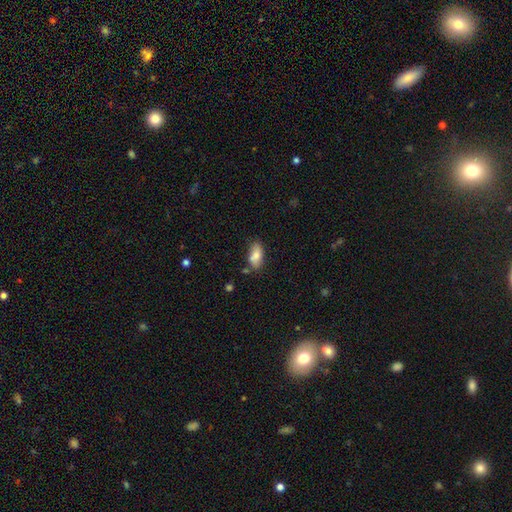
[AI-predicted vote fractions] Smooth or featured: smooth — 78% (featured or disk — 15%)
How rounded: in between — 88% (cigar-shaped — 8%)
Merging: none — 68% (minor disturbance — 21%)